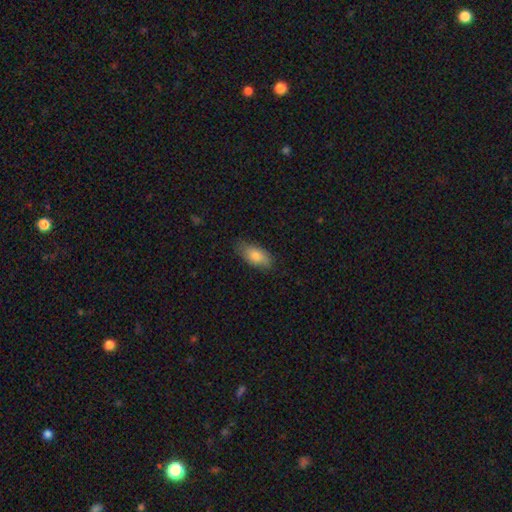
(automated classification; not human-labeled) Morphology: type=smooth (81%); roundness=in between (89%); merging=none (79%).